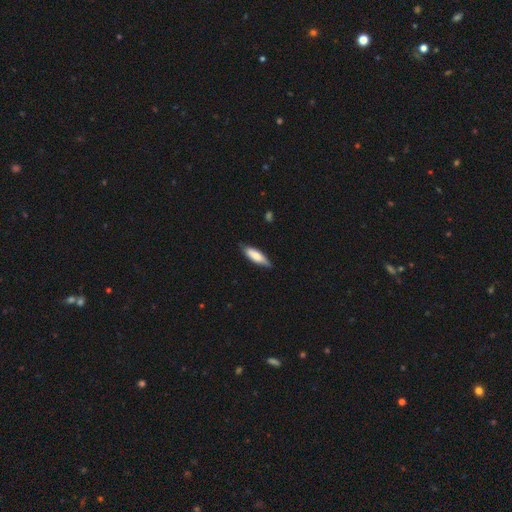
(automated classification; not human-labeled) Smooth or featured?
  - smooth: 72% *
  - featured or disk: 23%
  - star or artifact: 5%
How rounded?
  - cigar-shaped: 52% *
  - in between: 47%
  - round: 2%
Merging?
  - none: 78% *
  - minor disturbance: 18%
  - major disturbance: 2%
  - merger: 1%